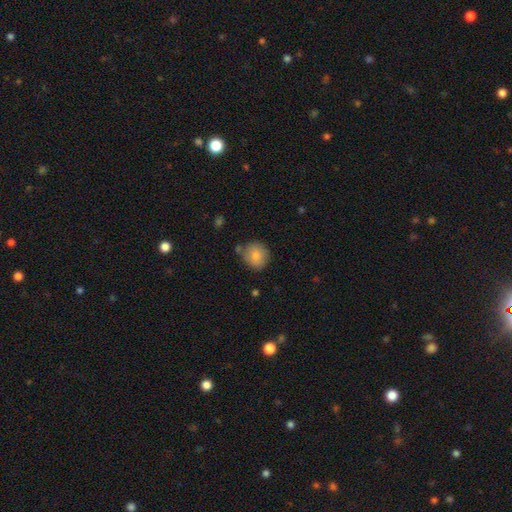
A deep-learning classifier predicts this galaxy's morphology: smooth 81%, featured or disk 10%, star or artifact 8%. Down the decision tree: how rounded — round (85%); merging — none (72%).